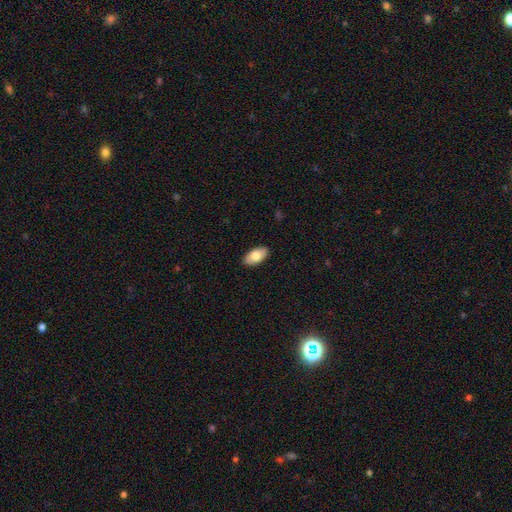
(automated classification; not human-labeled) smooth_or_featured: smooth (p=0.77) [alt: featured or disk p=0.17]
how_rounded: in between (p=0.95) [alt: cigar-shaped p=0.03]
merging: none (p=0.89) [alt: minor disturbance p=0.08]